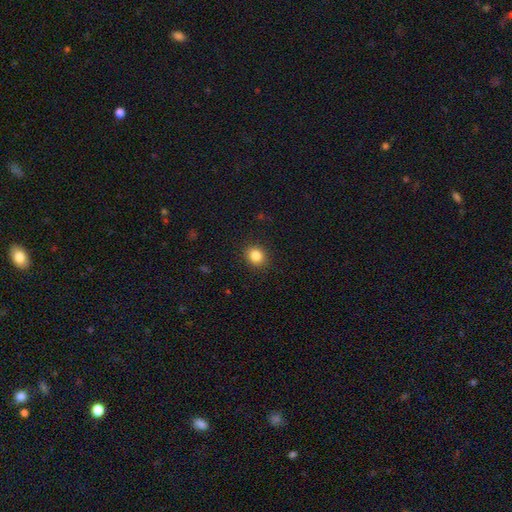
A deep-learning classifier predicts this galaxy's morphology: Smooth or featured? Predicted: smooth (p=0.84). How rounded? Predicted: round (p=0.76). Merging? Predicted: none (p=0.90).